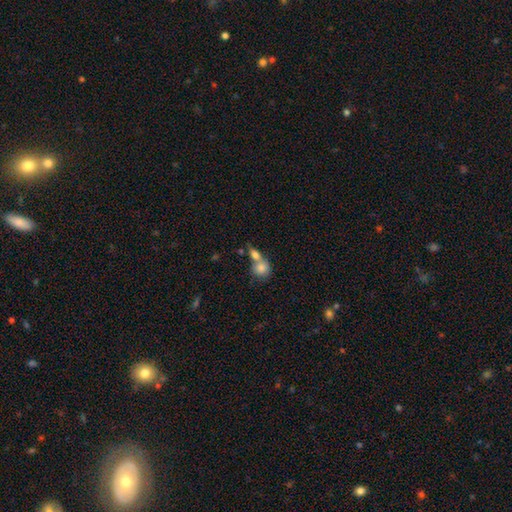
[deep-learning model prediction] Smooth or featured?
  - smooth: 78% *
  - featured or disk: 13%
  - star or artifact: 9%
How rounded?
  - round: 54% *
  - in between: 42%
  - cigar-shaped: 4%
Merging?
  - merger: 59% *
  - none: 29%
  - minor disturbance: 8%
  - major disturbance: 4%